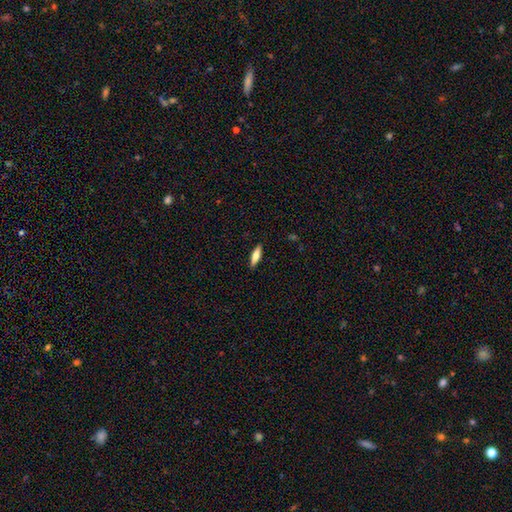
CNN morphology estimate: smooth_or_featured: smooth (p=0.70) [alt: featured or disk p=0.23]
how_rounded: cigar-shaped (p=0.58) [alt: in between p=0.40]
merging: none (p=0.88) [alt: minor disturbance p=0.09]